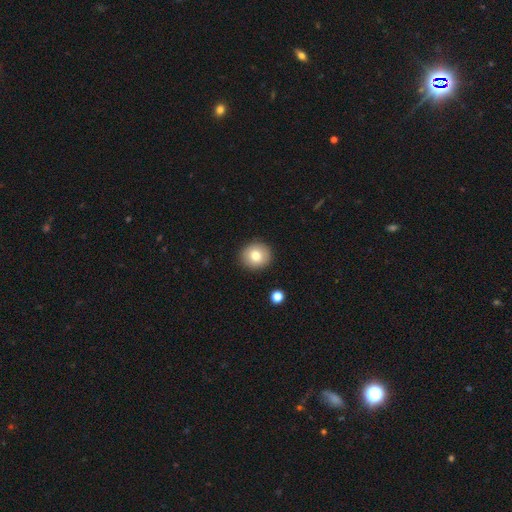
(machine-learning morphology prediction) The model was most divided on "smooth or featured": smooth: 79%, featured or disk: 11%, star or artifact: 9%. More confident: merging — none (90%); how rounded — round (85%).